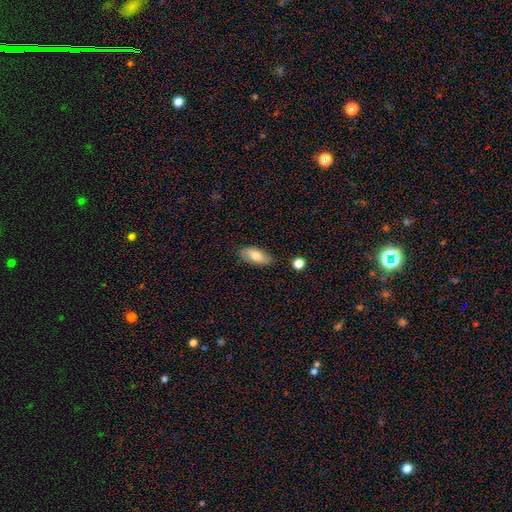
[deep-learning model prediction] Q: Smooth or featured?
A: smooth (74%); runner-up: featured or disk (19%)
Q: How rounded?
A: in between (87%); runner-up: cigar-shaped (10%)
Q: Merging?
A: none (82%); runner-up: minor disturbance (13%)